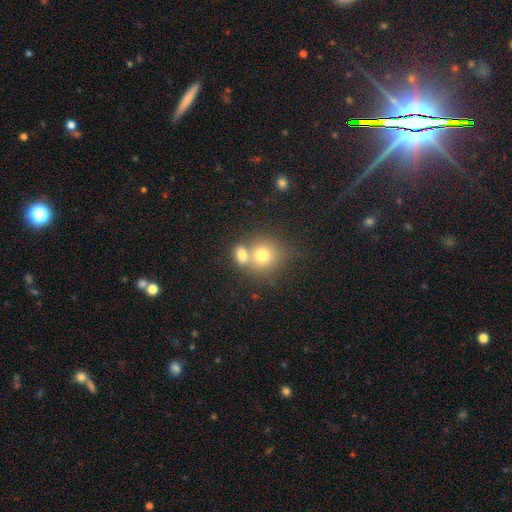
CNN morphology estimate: This appears to be a smooth galaxy with no disk features (65%) that is round (83%). Merging: none (45%).